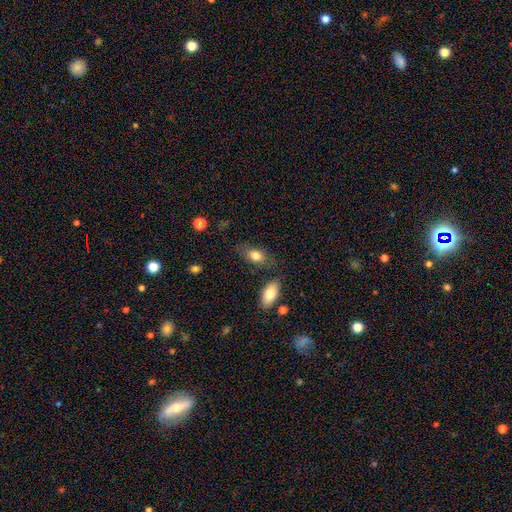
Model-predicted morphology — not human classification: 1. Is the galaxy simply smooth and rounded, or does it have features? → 79% smooth, 14% featured or disk, 8% star or artifact.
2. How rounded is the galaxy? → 86% in between, 10% round, 4% cigar-shaped.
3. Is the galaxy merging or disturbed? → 71% none, 17% minor disturbance, 7% merger, 5% major disturbance.